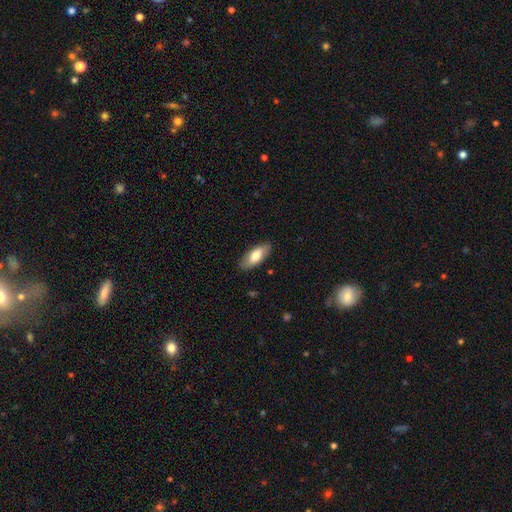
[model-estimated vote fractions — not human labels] smooth_or_featured: smooth (p=0.70) [alt: featured or disk p=0.24]
how_rounded: in between (p=0.83) [alt: cigar-shaped p=0.15]
merging: none (p=0.86) [alt: minor disturbance p=0.11]